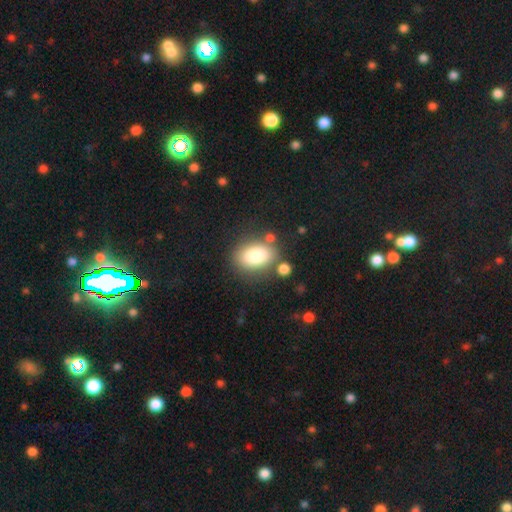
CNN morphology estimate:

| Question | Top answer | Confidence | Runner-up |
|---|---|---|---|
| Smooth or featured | smooth | 83% | featured or disk (9%) |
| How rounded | in between | 85% | round (14%) |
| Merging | none | 72% | minor disturbance (14%) |